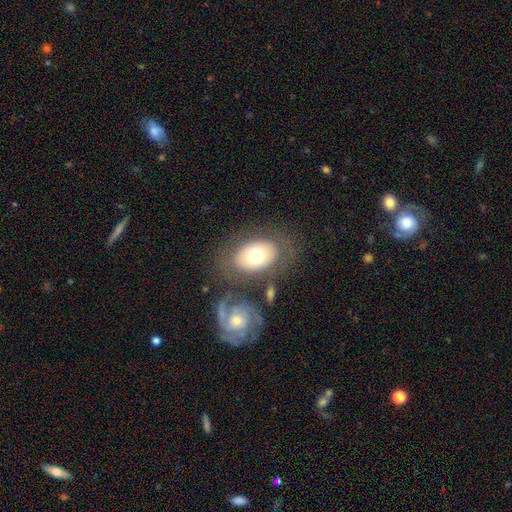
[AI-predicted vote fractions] A smooth galaxy with no disk features (63%) that is in between round and cigar-shaped (79%). Merging: none (66%).